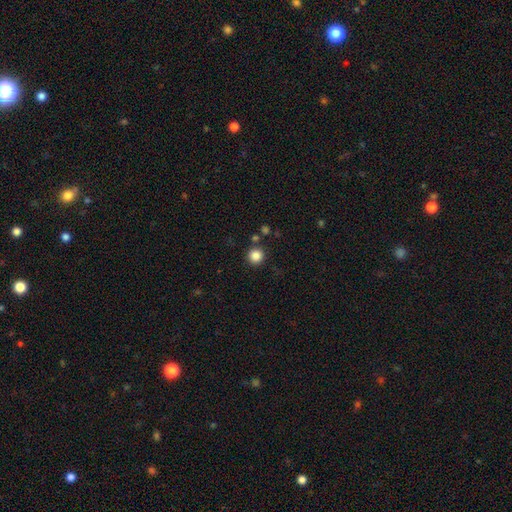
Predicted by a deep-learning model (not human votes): Morphology: type=smooth (86%); roundness=round (95%); merging=none (87%).